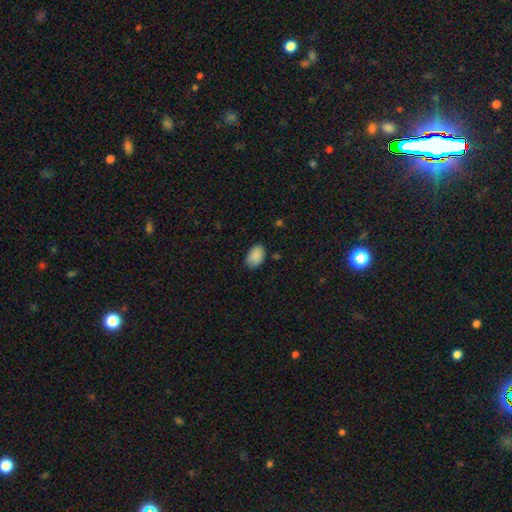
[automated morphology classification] smooth-or-featured: smooth: 89% | star or artifact: 7% | featured or disk: 4%
  how-rounded: in between: 89% | round: 10% | cigar-shaped: 1%
  merging: none: 80% | minor disturbance: 15% | major disturbance: 3% | merger: 1%